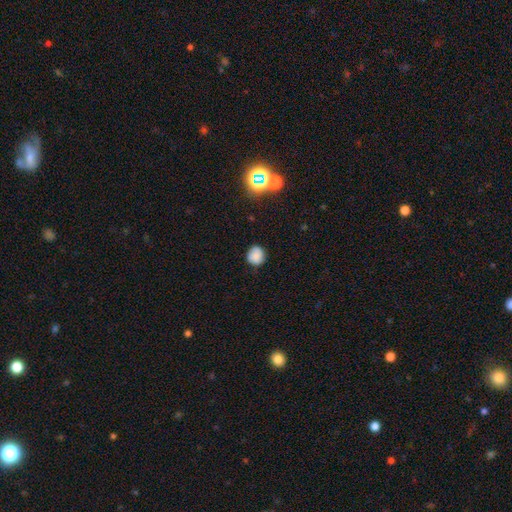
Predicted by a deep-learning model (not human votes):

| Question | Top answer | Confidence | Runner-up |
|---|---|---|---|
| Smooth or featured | smooth | 75% | featured or disk (14%) |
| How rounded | round | 86% | in between (13%) |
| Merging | none | 80% | minor disturbance (15%) |